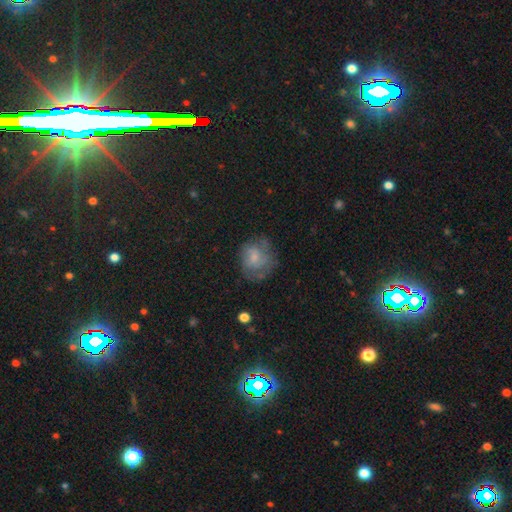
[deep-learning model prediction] Overall: smooth (47%; featured or disk 42%). Merging: none (57%; minor disturbance 24%).